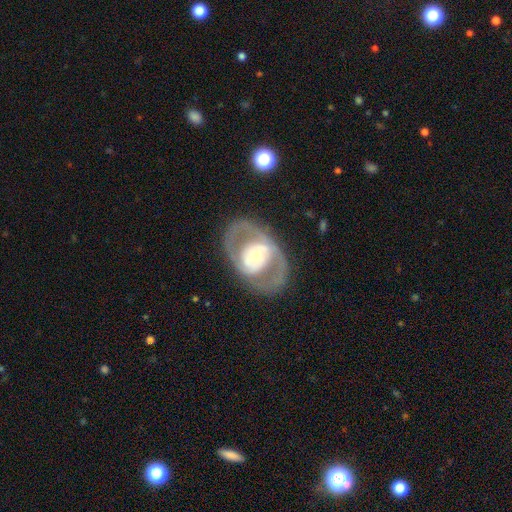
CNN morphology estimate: The model was most divided on "spiral arms": yes: 53%, no: 47%. More confident: edge-on disk — no (93%); smooth or featured — featured or disk (76%); merging — none (75%); bar — no (59%); bulge size — moderate (51%).